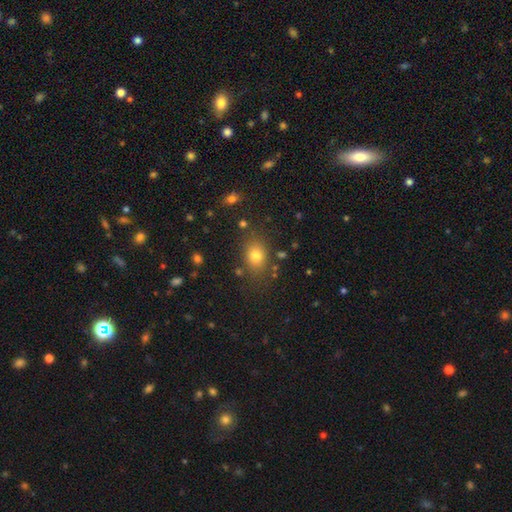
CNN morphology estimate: type=smooth (76%); roundness=in between (57%); merging=none (79%).